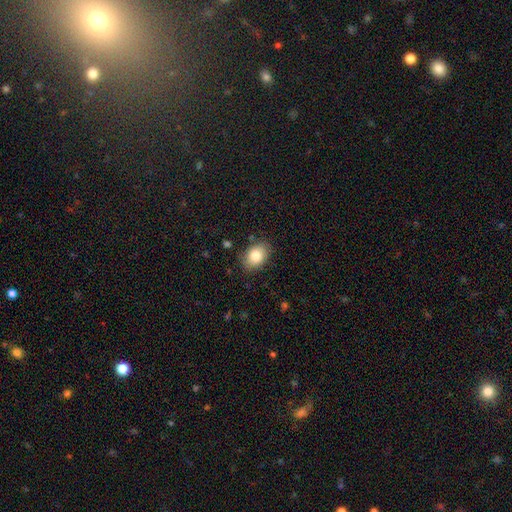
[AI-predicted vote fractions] Smooth or featured: smooth — 83% (featured or disk — 9%)
How rounded: in between — 77% (round — 22%)
Merging: none — 84% (minor disturbance — 12%)